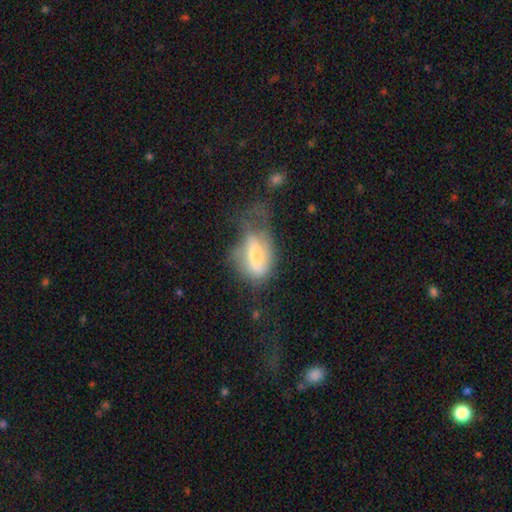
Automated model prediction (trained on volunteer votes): Smooth or featured?
  - featured or disk: 50% *
  - smooth: 43%
  - star or artifact: 8%
Merging?
  - major disturbance: 44% *
  - minor disturbance: 27%
  - none: 24%
  - merger: 5%